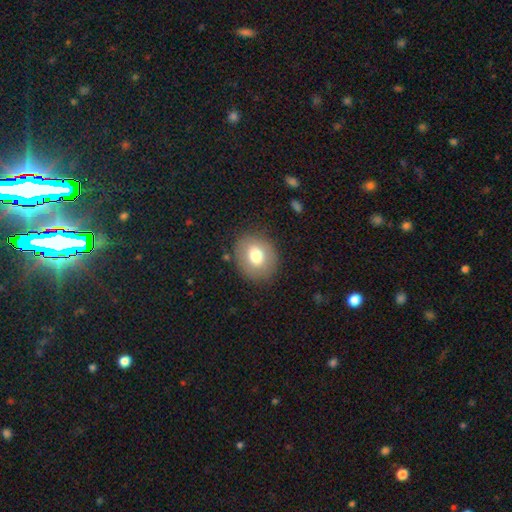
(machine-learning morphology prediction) A smooth galaxy with no disk features (74%) that is round (64%). Merging: none (85%).